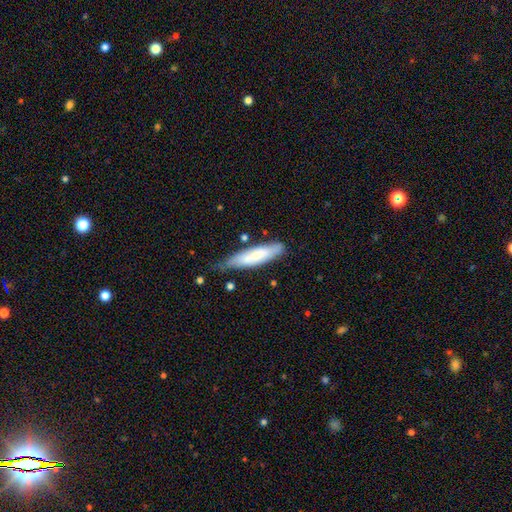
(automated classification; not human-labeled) Smooth or featured?
  - smooth: 56% *
  - featured or disk: 38%
  - star or artifact: 6%
How rounded?
  - cigar-shaped: 69% *
  - in between: 30%
  - round: 2%
Merging?
  - none: 61% *
  - minor disturbance: 29%
  - major disturbance: 6%
  - merger: 4%